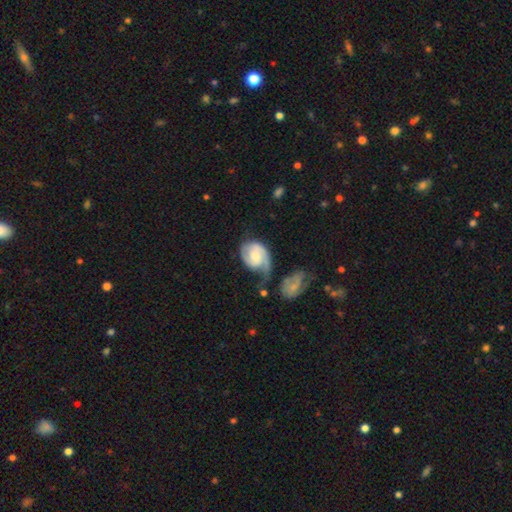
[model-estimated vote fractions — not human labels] smooth-or-featured: featured or disk: 76% | smooth: 19% | star or artifact: 5%
  disk-edge-on: no: 98% | yes: 2%
    bar: no: 60% | weak: 33% | strong: 7%
    has-spiral-arms: yes: 93% | no: 7%
      spiral-winding: tight: 41% | medium: 40% | loose: 19%
      spiral-arm-count: 2: 59% | 1: 28% | can't tell: 8% | 3: 2% | 4: 1% | more than 4: 1%
    bulge-size: moderate: 52% | small: 31% | large: 9% | none: 6% | dominant: 2%
  merging: none: 34% | major disturbance: 25% | minor disturbance: 24% | merger: 17%